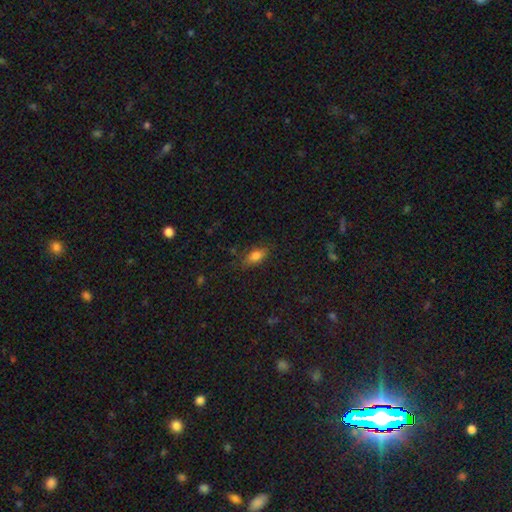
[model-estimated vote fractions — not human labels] Overall: smooth (79%). How rounded: in between (85%). Merging: none (77%).